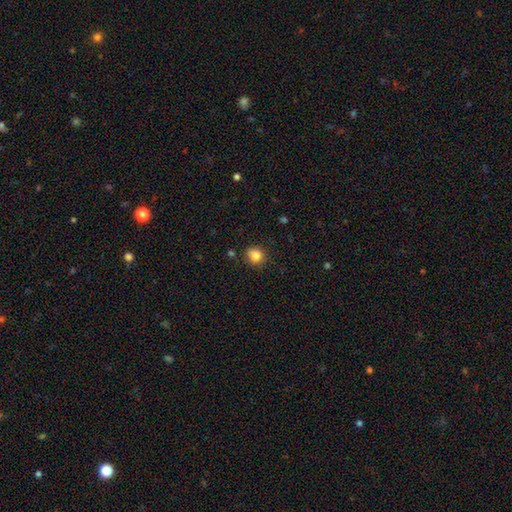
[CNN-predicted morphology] A smooth galaxy with no disk features (83%) that is round (84%). Merging: none (83%).